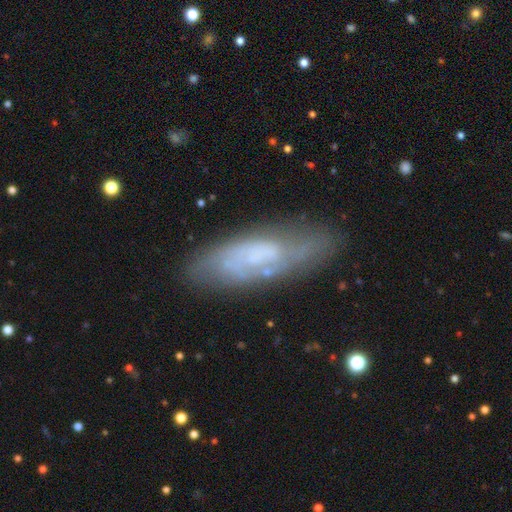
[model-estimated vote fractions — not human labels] A featured or disk galaxy (57%).

Vote fractions:
- Smooth or featured? featured or disk: 57% / smooth: 35% / star or artifact: 8%
- Edge-on disk? no: 81% / yes: 19%
- Merging? none: 69% / minor disturbance: 20% / major disturbance: 8% / merger: 3%